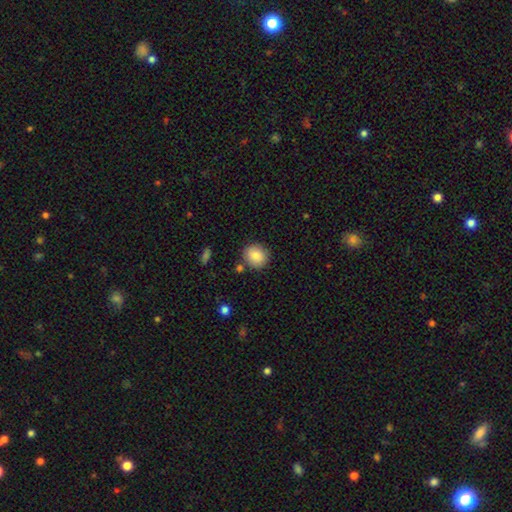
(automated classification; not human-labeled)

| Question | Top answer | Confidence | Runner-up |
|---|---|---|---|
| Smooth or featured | smooth | 85% | star or artifact (8%) |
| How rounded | round | 82% | in between (17%) |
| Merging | none | 82% | minor disturbance (11%) |